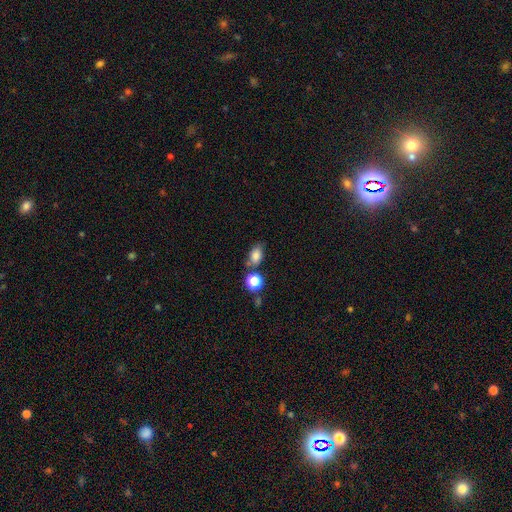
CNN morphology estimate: Overall: smooth (81%). How rounded: in between (78%). Merging: none (64%).